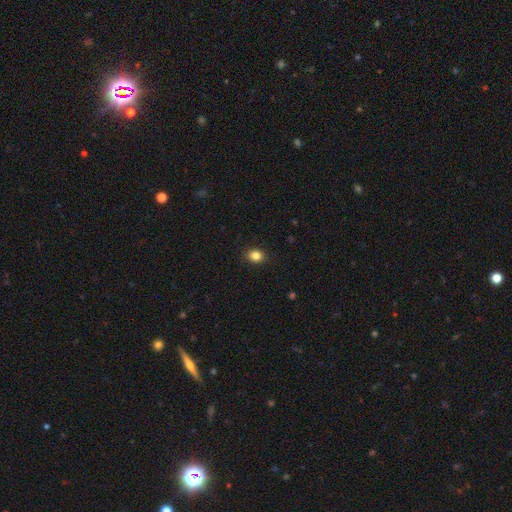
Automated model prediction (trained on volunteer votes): This appears to be a smooth galaxy with no disk features (84%) that is round (50%). Merging: none (88%).